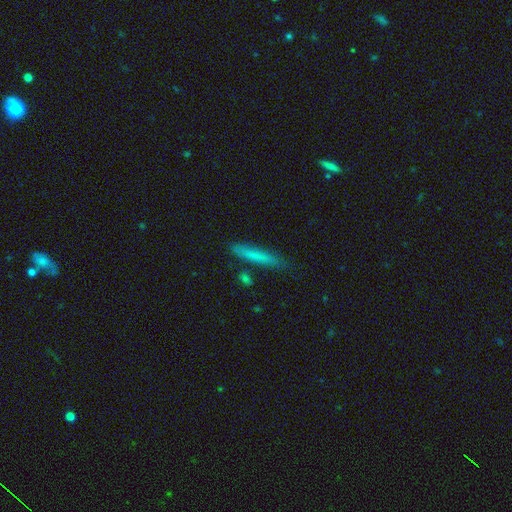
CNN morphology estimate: Smooth or featured: smooth — 71% (featured or disk — 22%)
How rounded: cigar-shaped — 93% (in between — 5%)
Merging: none — 82% (minor disturbance — 12%)